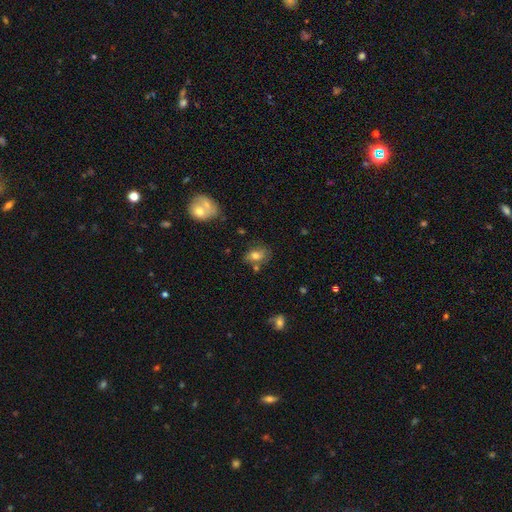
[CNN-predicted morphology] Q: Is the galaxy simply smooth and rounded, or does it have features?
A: smooth — 71%.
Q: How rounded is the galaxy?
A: in between — 78%.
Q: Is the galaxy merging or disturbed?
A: none — 64%.